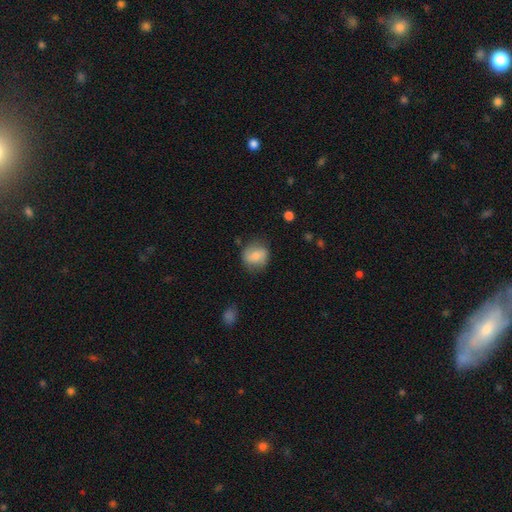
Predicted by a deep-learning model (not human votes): Smooth or featured?
  - smooth: 67% *
  - featured or disk: 25%
  - star or artifact: 8%
How rounded?
  - round: 76% *
  - in between: 23%
  - cigar-shaped: 1%
Merging?
  - none: 75% *
  - minor disturbance: 18%
  - major disturbance: 5%
  - merger: 2%